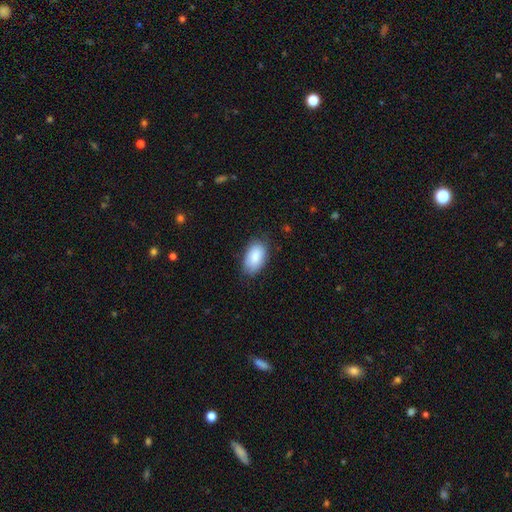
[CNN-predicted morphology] Q: Smooth or featured?
A: smooth (87%); runner-up: featured or disk (7%)
Q: How rounded?
A: in between (93%); runner-up: round (5%)
Q: Merging?
A: none (78%); runner-up: minor disturbance (17%)